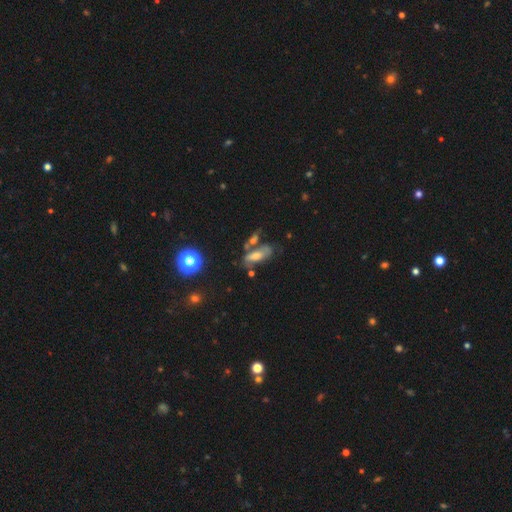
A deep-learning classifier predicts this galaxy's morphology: Smooth or featured?
  - smooth: 48% *
  - featured or disk: 37%
  - star or artifact: 14%
Merging?
  - none: 47% *
  - merger: 22%
  - minor disturbance: 20%
  - major disturbance: 11%